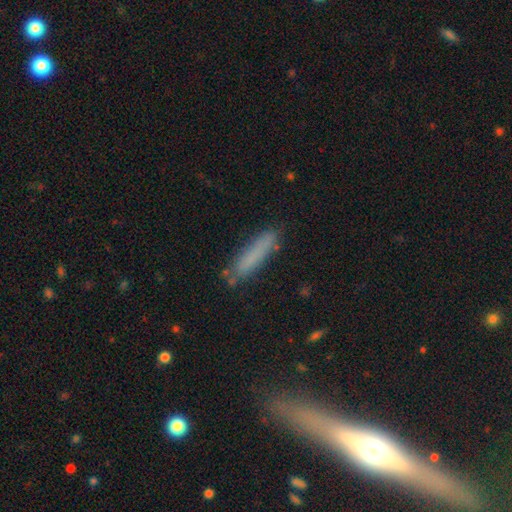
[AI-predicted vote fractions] Morphology: type=smooth (77%); roundness=cigar-shaped (85%); merging=none (79%).